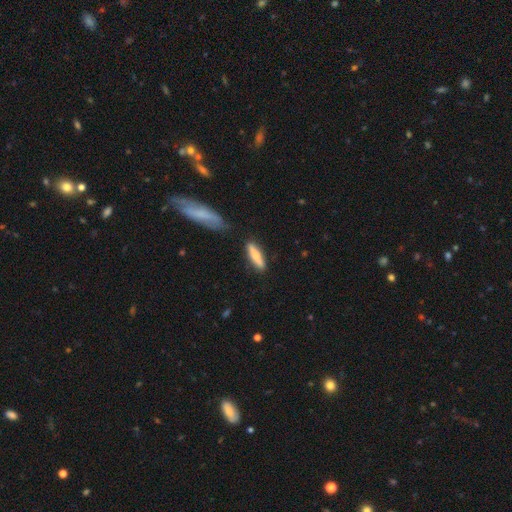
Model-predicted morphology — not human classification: This appears to be a smooth galaxy with no disk features (70%) that is cigar-shaped (75%). Merging: none (81%).